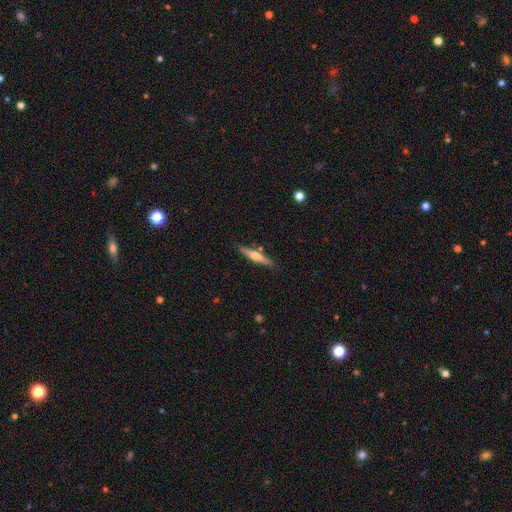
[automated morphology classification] Smooth or featured? Predicted: featured or disk (p=0.52). Edge-on disk? Predicted: yes (p=0.95). Merging? Predicted: none (p=0.84).